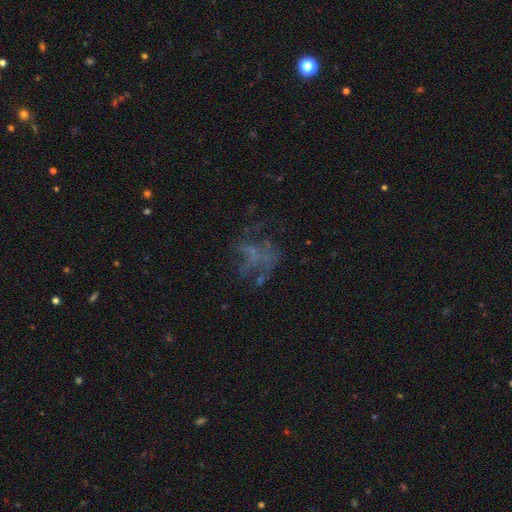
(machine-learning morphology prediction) Smooth or featured?
  - featured or disk: 50% *
  - star or artifact: 28%
  - smooth: 21%
Edge-on disk?
  - no: 98% *
  - yes: 2%
Merging?
  - none: 45% *
  - major disturbance: 35%
  - minor disturbance: 15%
  - merger: 5%